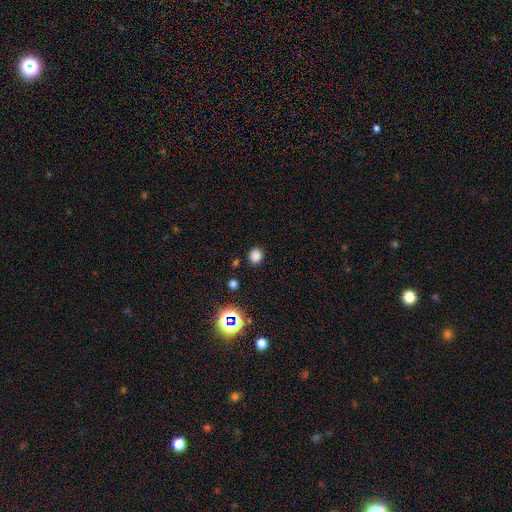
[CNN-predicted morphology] A smooth galaxy with no disk features (80%) that is round (64%).

Vote fractions:
- Smooth or featured? smooth: 80% / star or artifact: 16% / featured or disk: 4%
- How rounded? round: 64% / in between: 35% / cigar-shaped: 1%
- Merging? none: 87% / minor disturbance: 8% / major disturbance: 3% / merger: 2%